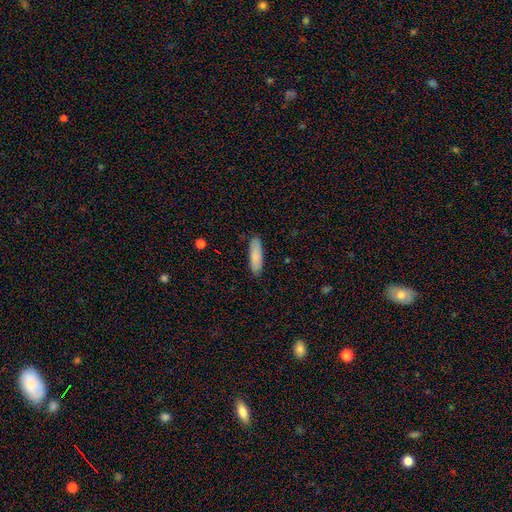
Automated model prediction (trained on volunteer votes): Q: Smooth or featured?
A: smooth (85%); runner-up: featured or disk (9%)
Q: How rounded?
A: cigar-shaped (58%); runner-up: in between (41%)
Q: Merging?
A: none (86%); runner-up: minor disturbance (11%)